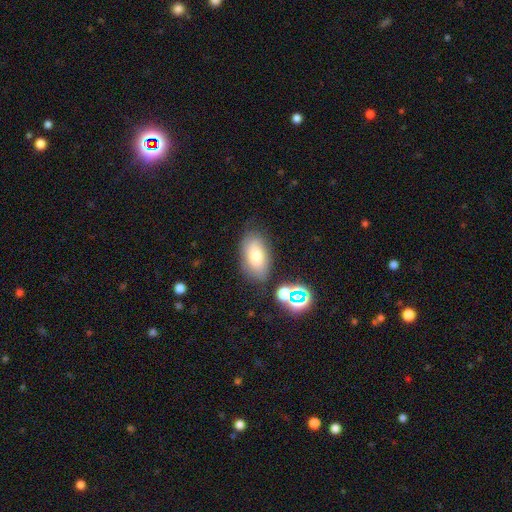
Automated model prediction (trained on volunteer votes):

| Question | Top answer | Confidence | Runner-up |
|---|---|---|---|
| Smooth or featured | smooth | 74% | featured or disk (15%) |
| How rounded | in between | 91% | round (5%) |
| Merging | none | 74% | minor disturbance (16%) |